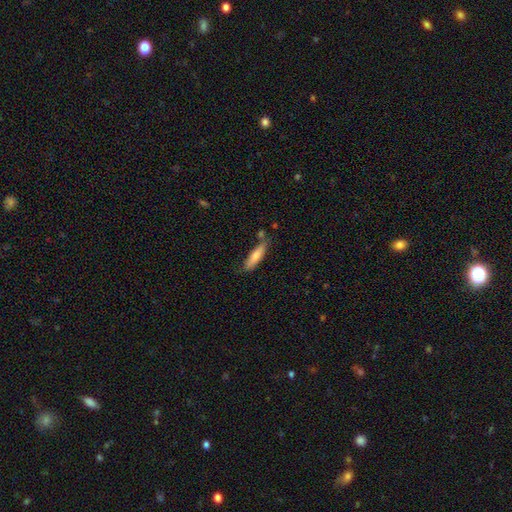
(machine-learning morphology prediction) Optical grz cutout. It shows a smooth galaxy with no disk features (74%) that is cigar-shaped (72%). Merging: none (68%).